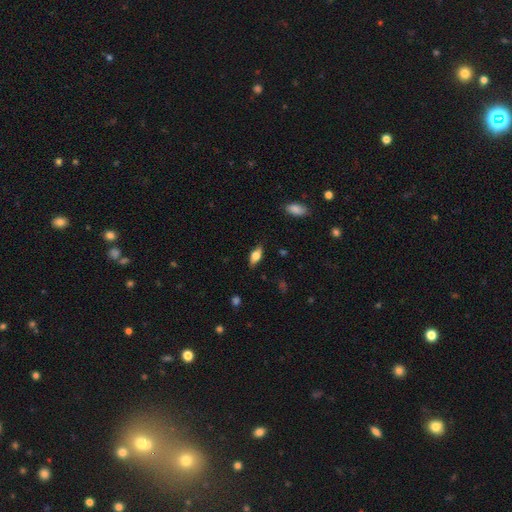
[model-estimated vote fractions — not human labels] Smooth or featured: smooth — 63% (featured or disk — 30%)
How rounded: in between — 80% (cigar-shaped — 16%)
Merging: none — 84% (minor disturbance — 13%)